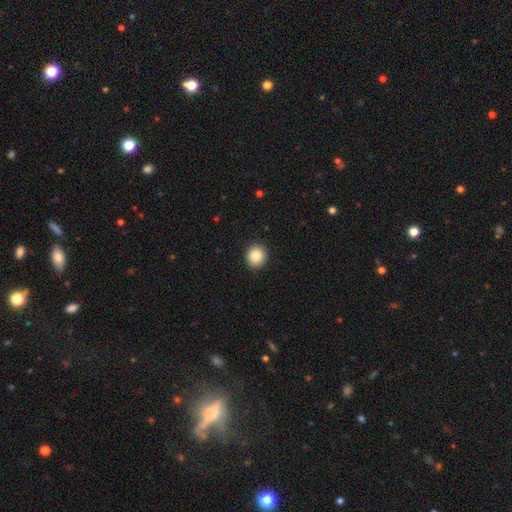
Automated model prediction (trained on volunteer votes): This appears to be a smooth galaxy with no disk features (85%) that is round (83%). Merging: none (92%).